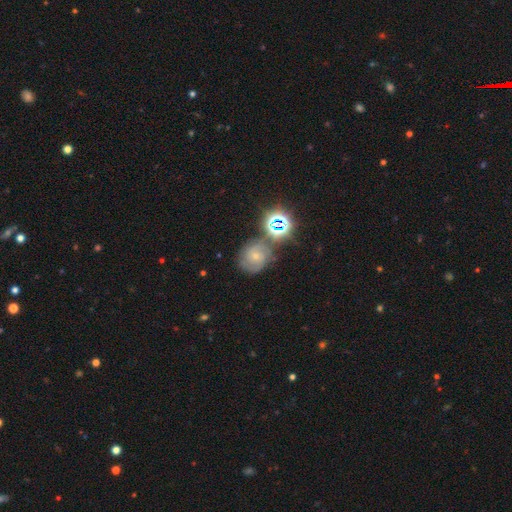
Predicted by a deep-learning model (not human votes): Q: Smooth or featured?
A: featured or disk (54%); runner-up: smooth (25%)
Q: Edge-on disk?
A: no (97%); runner-up: yes (3%)
Q: Bar?
A: no (72%); runner-up: weak (23%)
Q: Spiral arms?
A: yes (87%); runner-up: no (13%)
Q: Bulge size?
A: small (69%); runner-up: moderate (24%)
Q: Merging?
A: none (62%); runner-up: minor disturbance (17%)